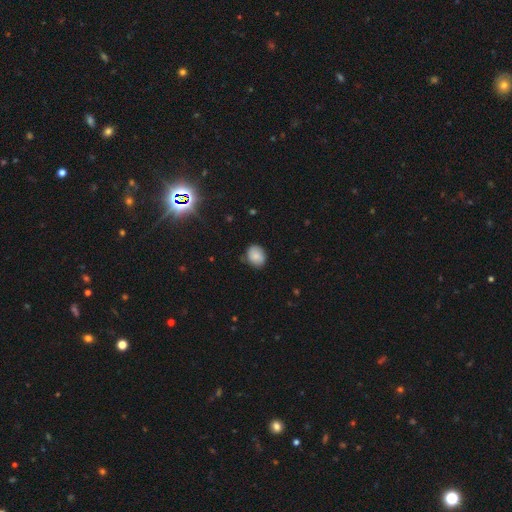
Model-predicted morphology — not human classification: Smooth or featured: smooth — 81% (featured or disk — 10%)
How rounded: round — 53% (in between — 46%)
Merging: none — 75% (minor disturbance — 20%)